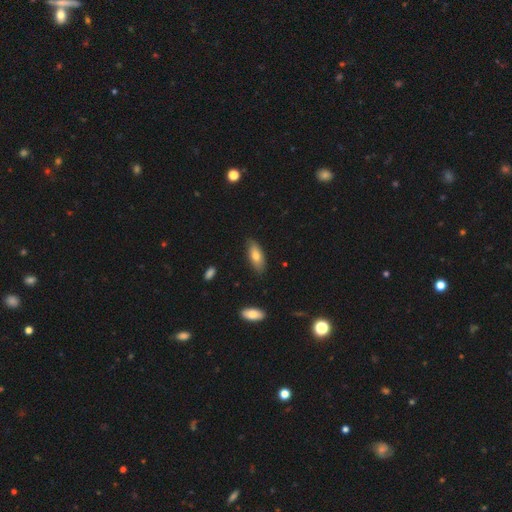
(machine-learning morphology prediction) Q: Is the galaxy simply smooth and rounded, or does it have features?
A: smooth — 75%.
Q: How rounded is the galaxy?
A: in between — 78%.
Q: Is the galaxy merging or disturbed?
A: none — 82%.